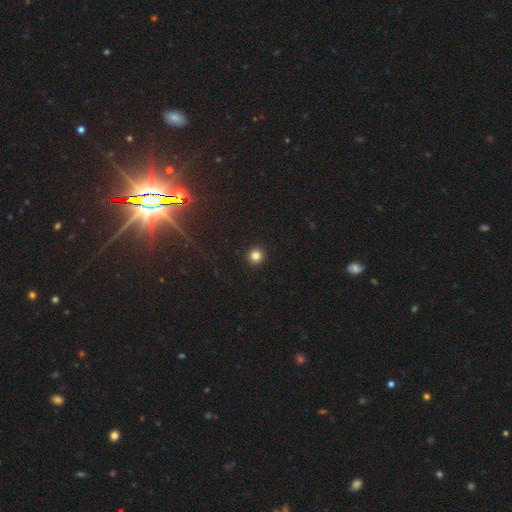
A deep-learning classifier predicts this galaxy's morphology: smooth-or-featured: smooth: 82% | star or artifact: 13% | featured or disk: 5%
  how-rounded: round: 94% | in between: 5% | cigar-shaped: 1%
  merging: none: 94% | minor disturbance: 4% | major disturbance: 1% | merger: 1%